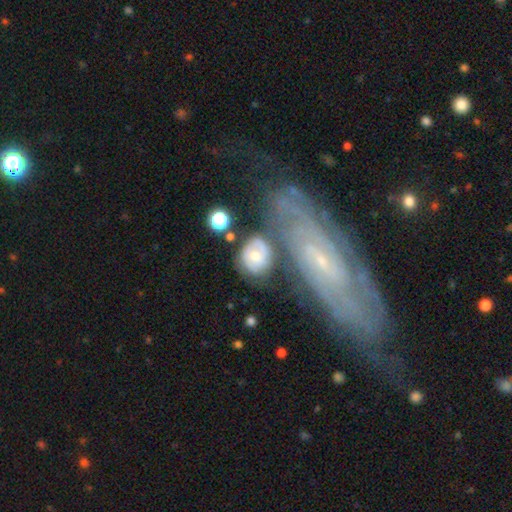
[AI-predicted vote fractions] A smooth galaxy with no disk features (48%).

Vote fractions:
- Smooth or featured? smooth: 48% / featured or disk: 44% / star or artifact: 8%
- Merging? none: 53% / minor disturbance: 19% / merger: 18% / major disturbance: 10%